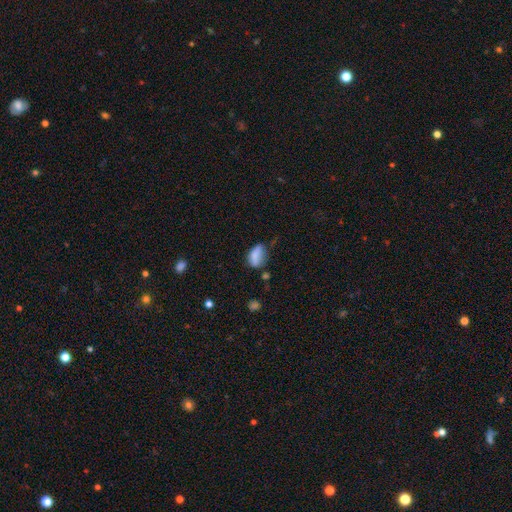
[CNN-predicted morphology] Overall: smooth (77%). How rounded: in between (86%). Merging: none (41%; minor disturbance 36%).